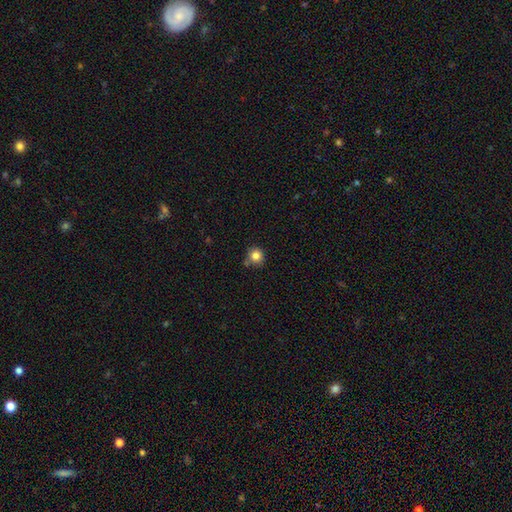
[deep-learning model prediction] smooth 83%, star or artifact 11%, featured or disk 6%. Down the decision tree: how rounded — round (91%); merging — none (76%).